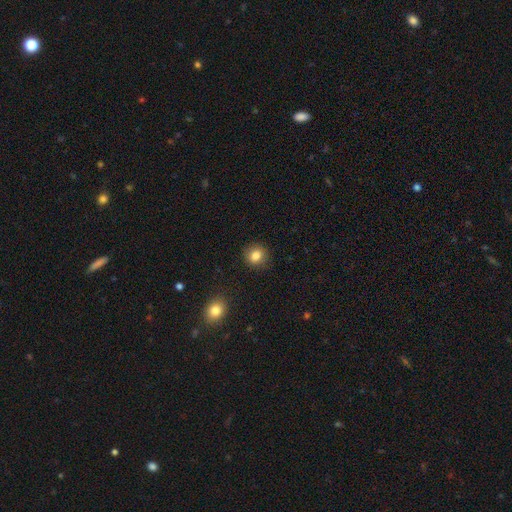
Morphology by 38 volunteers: Q: Smooth or featured?
A: smooth (89%); runner-up: featured or disk (5%)
Q: How rounded?
A: round (85%); runner-up: in between (15%)
Q: Merging?
A: none (94%); runner-up: minor disturbance (3%)